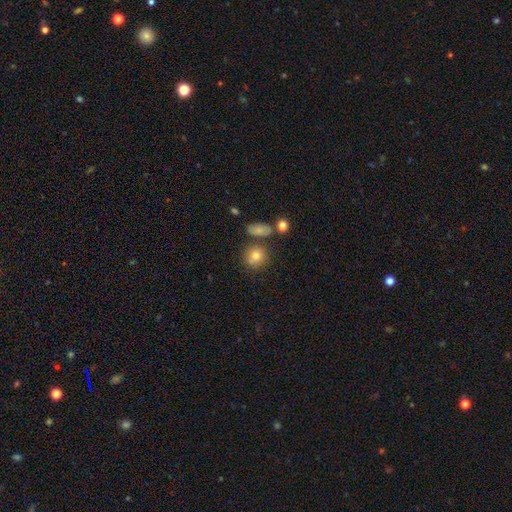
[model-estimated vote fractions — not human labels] smooth_or_featured: smooth (p=0.78) [alt: star or artifact p=0.11]
how_rounded: round (p=0.79) [alt: in between p=0.20]
merging: none (p=0.68) [alt: merger p=0.14]